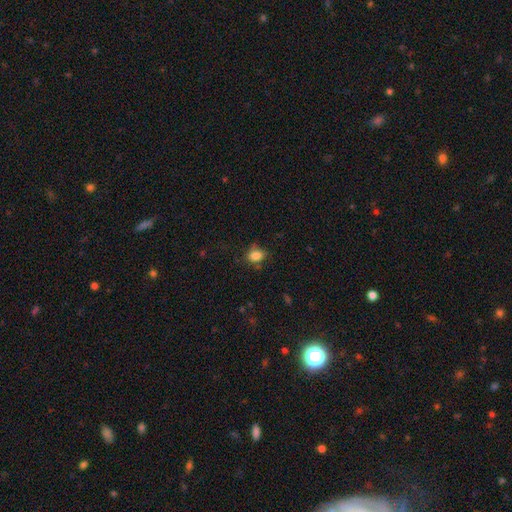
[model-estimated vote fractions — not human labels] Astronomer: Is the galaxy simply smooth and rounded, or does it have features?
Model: smooth — 83%.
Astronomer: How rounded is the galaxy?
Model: in between — 54% (runner-up: round, 45%).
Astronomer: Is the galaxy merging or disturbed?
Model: none — 68%.